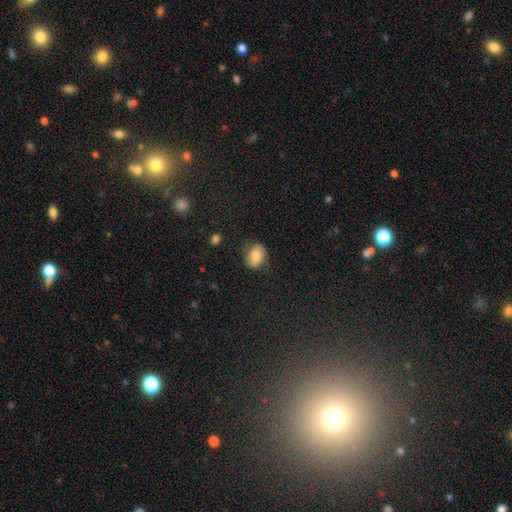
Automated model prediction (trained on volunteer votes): Smooth or featured?
  - smooth: 64% *
  - featured or disk: 27%
  - star or artifact: 9%
How rounded?
  - in between: 68% *
  - round: 31%
  - cigar-shaped: 1%
Merging?
  - none: 71% *
  - minor disturbance: 20%
  - major disturbance: 7%
  - merger: 1%